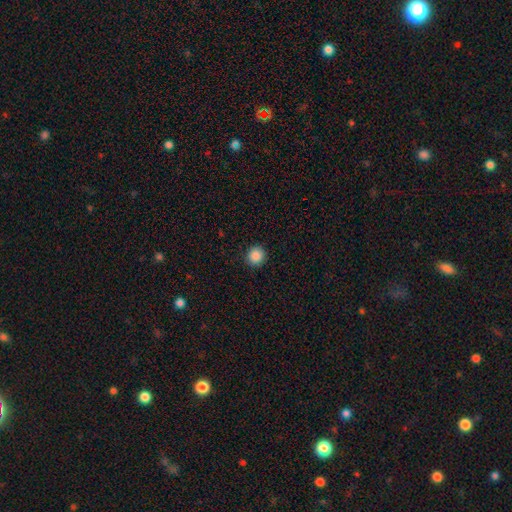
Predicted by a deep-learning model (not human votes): The model was most divided on "smooth or featured": smooth: 88%, star or artifact: 9%, featured or disk: 3%. More confident: merging — none (92%); how rounded — round (91%).